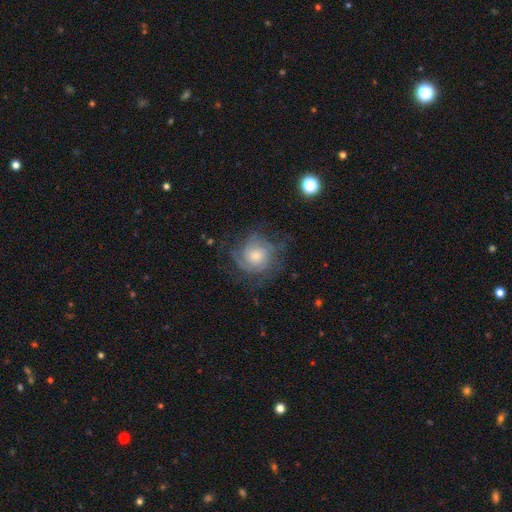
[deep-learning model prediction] The model was most divided on "bulge size": moderate: 47%, small: 40%, large: 8%, none: 3%, dominant: 2%. Remaining: edge-on disk — no (97%); spiral arms — yes (91%); bar — no (77%); smooth or featured — featured or disk (72%); merging — none (66%); spiral winding — tight (59%); spiral arm count — can't tell (41%).